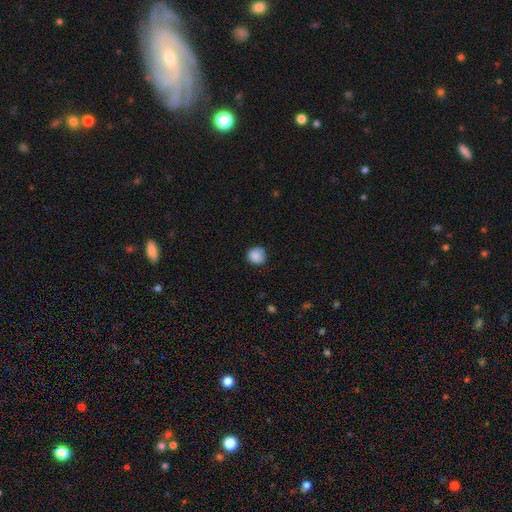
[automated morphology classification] Smooth or featured: smooth — 86% (star or artifact — 9%)
How rounded: round — 89% (in between — 10%)
Merging: none — 74% (minor disturbance — 20%)